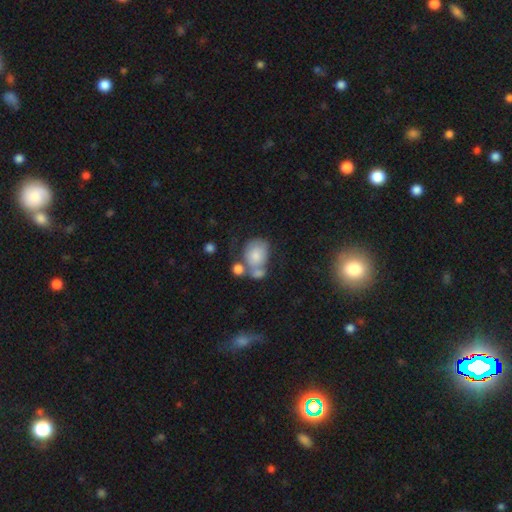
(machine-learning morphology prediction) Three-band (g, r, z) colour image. It shows a smooth galaxy with no disk features (72%) that is in between round and cigar-shaped (56%). Merging: merger (41%).